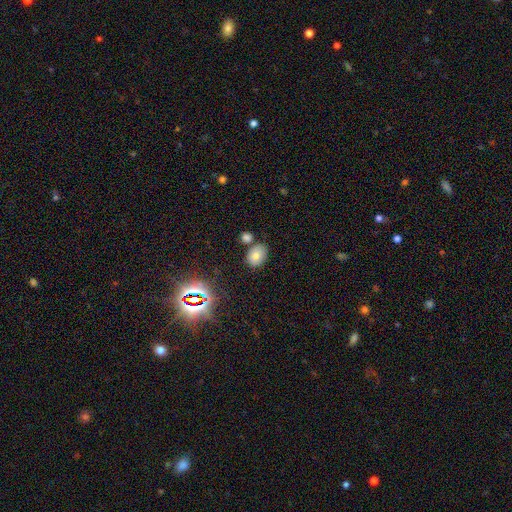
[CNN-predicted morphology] This is likely a smooth galaxy (69%). How rounded: likely in between (63%). Merging: likely none (71%).